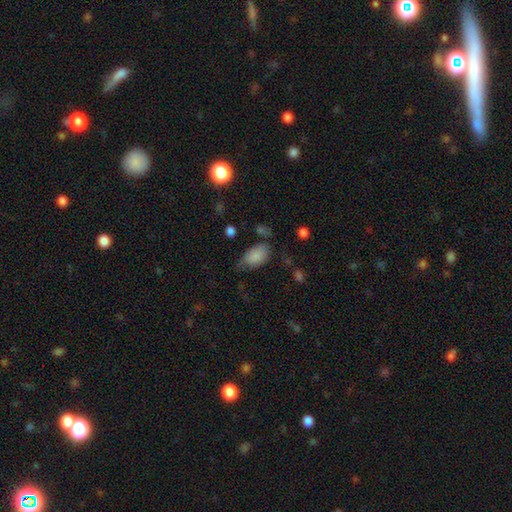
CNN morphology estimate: This is clearly a smooth galaxy (83%). How rounded: clearly in between (92%). Merging: marginally none (45%).